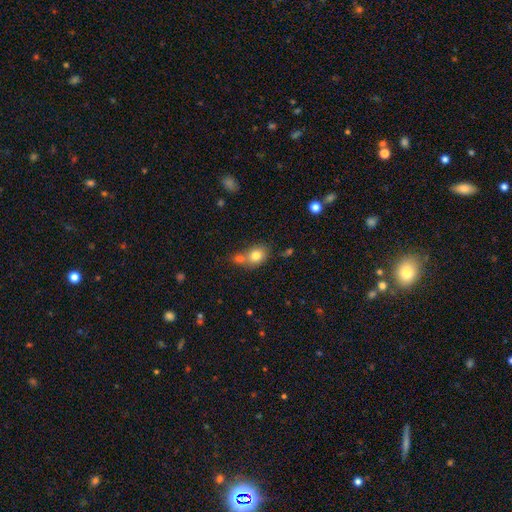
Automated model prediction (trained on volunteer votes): This is likely a smooth galaxy (78%). How rounded: possibly in between (50%). Merging: marginally none (45%).